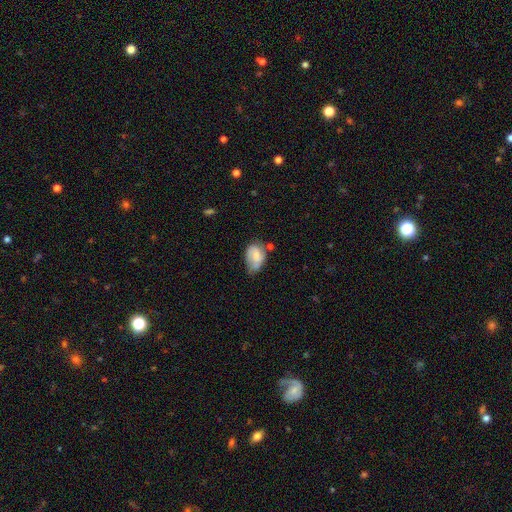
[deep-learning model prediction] Smooth or featured? Predicted: smooth (p=0.64). How rounded? Predicted: in between (p=0.84). Merging? Predicted: minor disturbance (p=0.42).